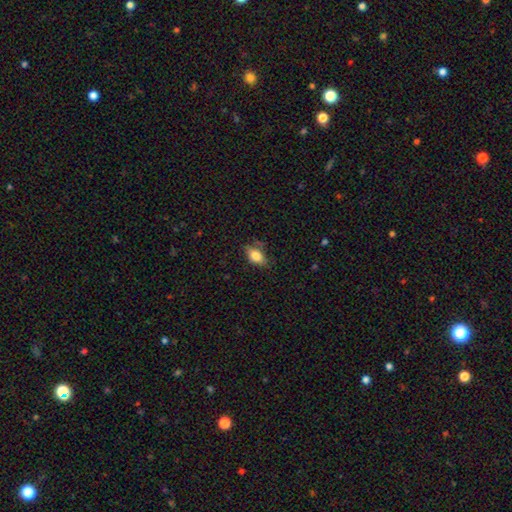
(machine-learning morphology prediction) Overall: smooth (80%). How rounded: in between (86%). Merging: none (68%).